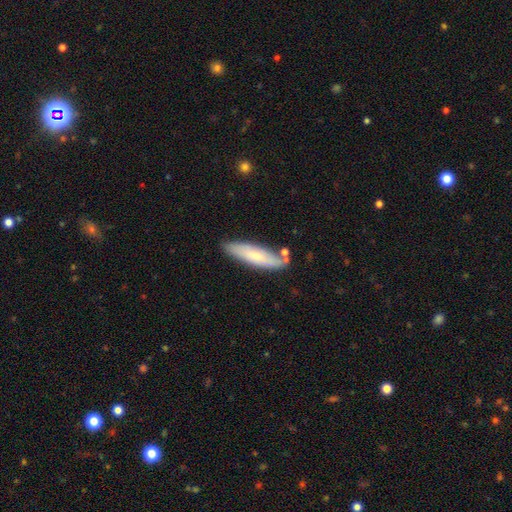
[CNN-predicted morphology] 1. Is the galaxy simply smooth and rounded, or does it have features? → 66% smooth, 29% featured or disk, 6% star or artifact.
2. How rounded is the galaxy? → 69% cigar-shaped, 29% in between, 2% round.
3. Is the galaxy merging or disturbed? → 76% none, 15% minor disturbance, 6% merger, 3% major disturbance.